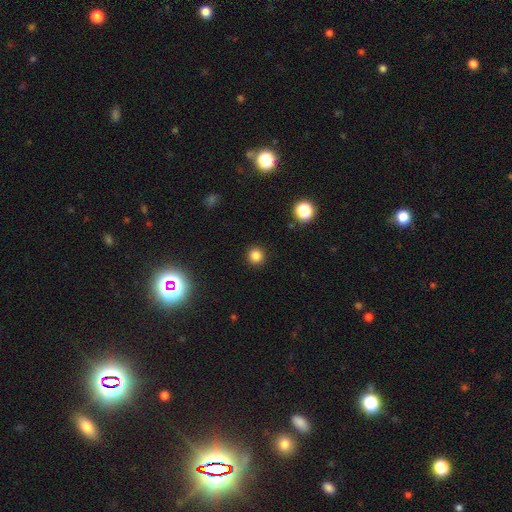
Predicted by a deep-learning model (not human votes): Morphology: type=smooth (82%); roundness=round (94%); merging=none (92%).